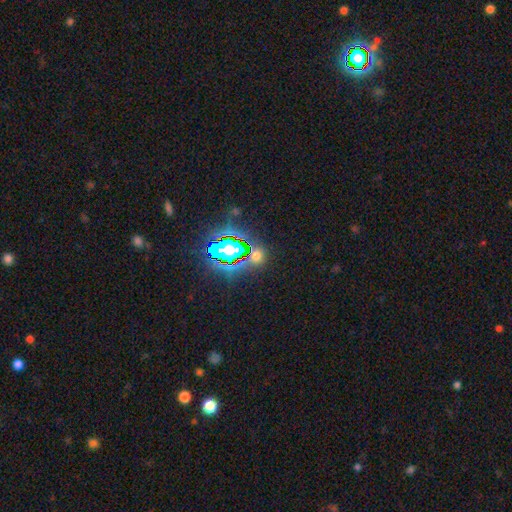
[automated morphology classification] The model was most divided on "smooth or featured": star or artifact: 57%, smooth: 35%, featured or disk: 9%.